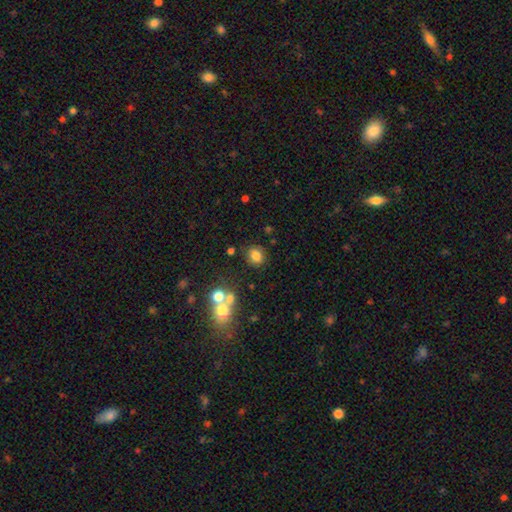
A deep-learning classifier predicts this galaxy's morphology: Smooth or featured: smooth — 79% (star or artifact — 13%)
How rounded: round — 64% (in between — 35%)
Merging: none — 79% (minor disturbance — 10%)